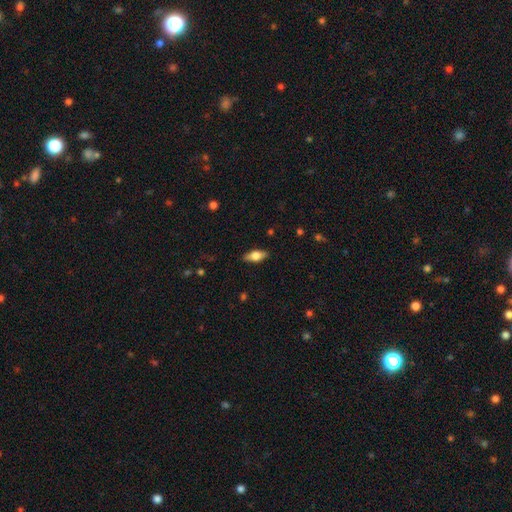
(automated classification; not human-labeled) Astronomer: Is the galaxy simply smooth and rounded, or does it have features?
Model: smooth — 63%.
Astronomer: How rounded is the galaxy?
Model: in between — 76%.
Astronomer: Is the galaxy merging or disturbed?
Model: none — 87%.